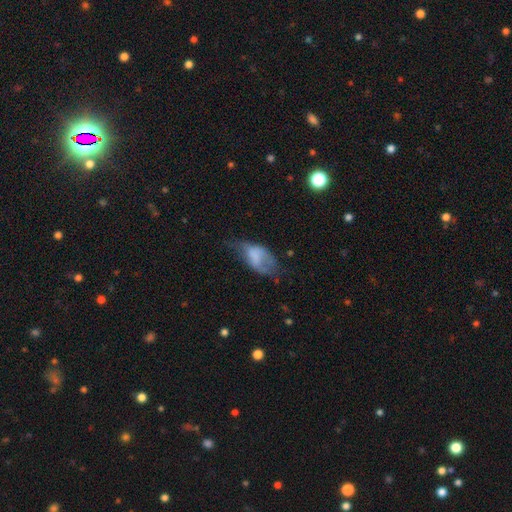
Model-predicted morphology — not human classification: Smooth or featured? smooth (61%)
How rounded? in between (92%)
Merging? major disturbance (38%)